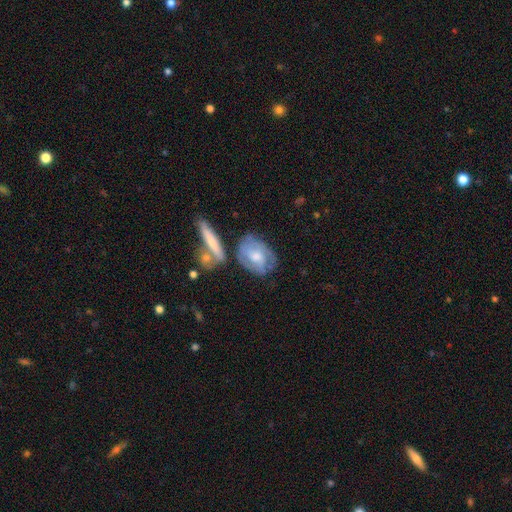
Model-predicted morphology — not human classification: Smooth or featured? featured or disk (65%)
Edge-on disk? no (94%)
Bar? no (63%)
Spiral arms? yes (84%)
Spiral winding? tight (52%)
Spiral arm count? can't tell (35%)
Bulge size? moderate (55%)
Merging? none (59%)